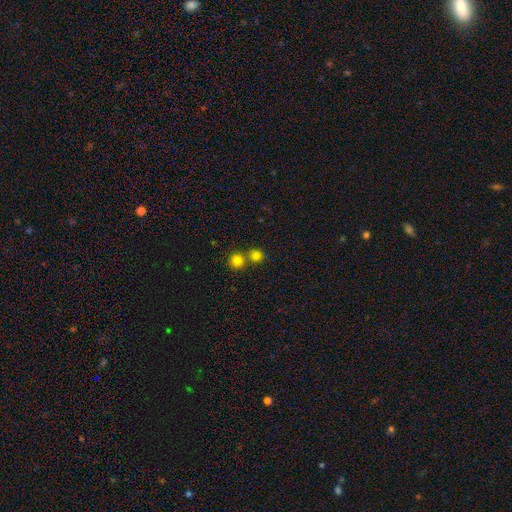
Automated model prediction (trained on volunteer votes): The model was most divided on "merging": none: 59%, merger: 32%, minor disturbance: 6%, major disturbance: 2%. More confident: how rounded — round (89%); smooth or featured — smooth (79%).